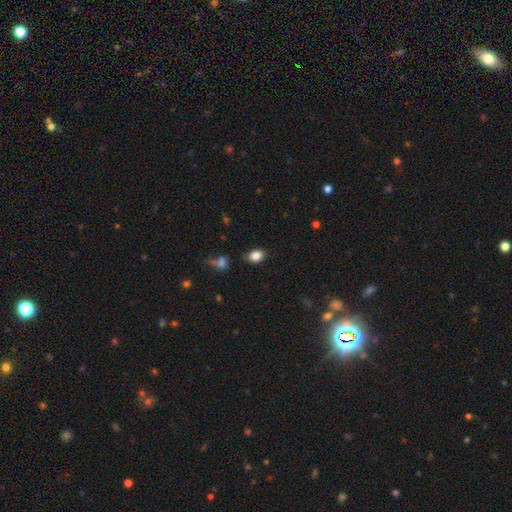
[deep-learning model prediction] Smooth or featured? Predicted: smooth (p=0.84). How rounded? Predicted: in between (p=0.67). Merging? Predicted: none (p=0.80).